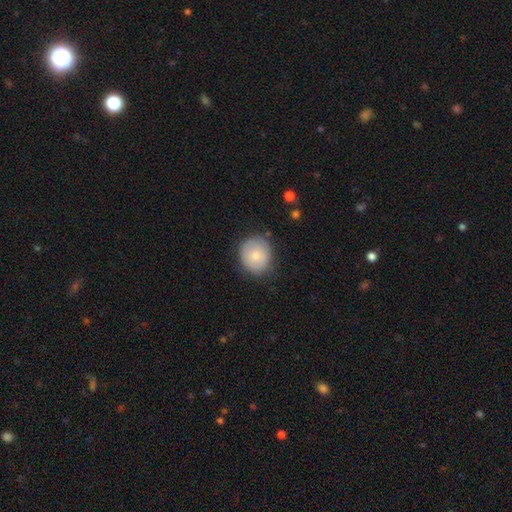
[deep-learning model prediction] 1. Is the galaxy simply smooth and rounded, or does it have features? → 72% smooth, 21% featured or disk, 7% star or artifact.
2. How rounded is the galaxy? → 81% round, 18% in between, 1% cigar-shaped.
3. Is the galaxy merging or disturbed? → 76% none, 18% minor disturbance, 4% major disturbance, 2% merger.